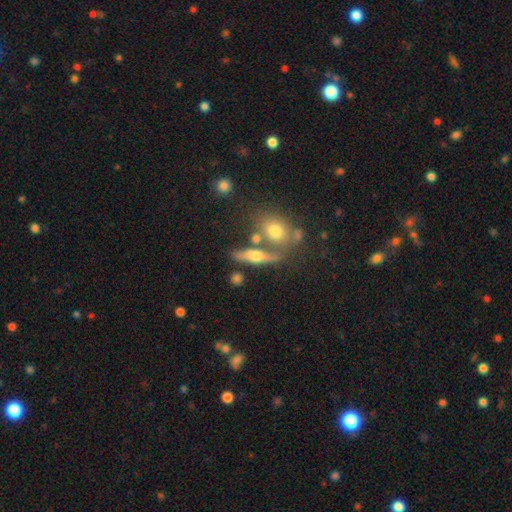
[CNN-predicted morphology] A featured or disk galaxy (60%) viewed edge-on (89%) with a rounded central bulge (94%). Merging: none (68%).